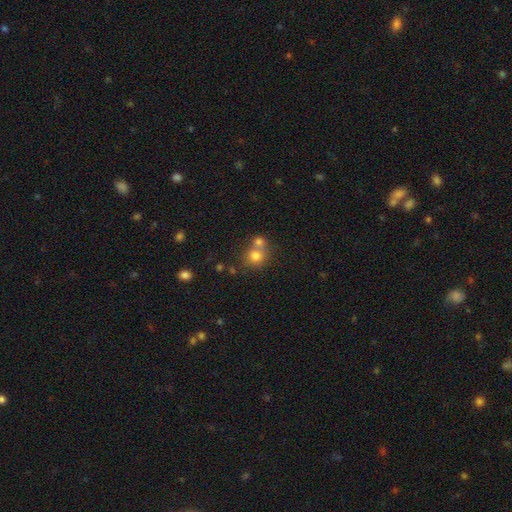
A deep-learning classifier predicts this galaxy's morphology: This appears to be a smooth galaxy with no disk features (75%) that is round (81%). Merging: merger (50%).